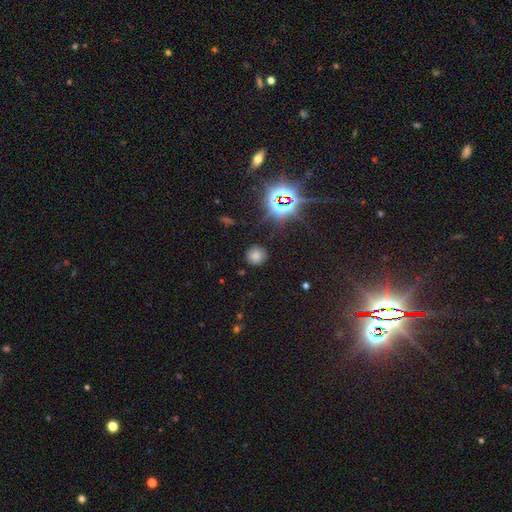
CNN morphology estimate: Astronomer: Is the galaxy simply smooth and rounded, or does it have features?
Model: smooth — 68%.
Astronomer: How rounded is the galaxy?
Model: round — 91%.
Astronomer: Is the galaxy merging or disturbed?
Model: none — 87%.